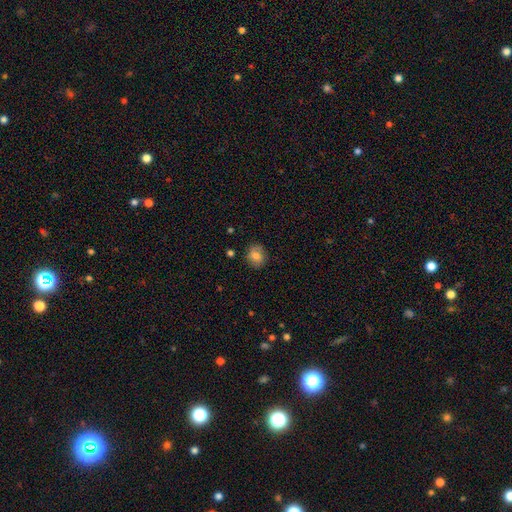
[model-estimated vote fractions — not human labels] Morphology: type=smooth (79%); roundness=round (68%); merging=none (82%).